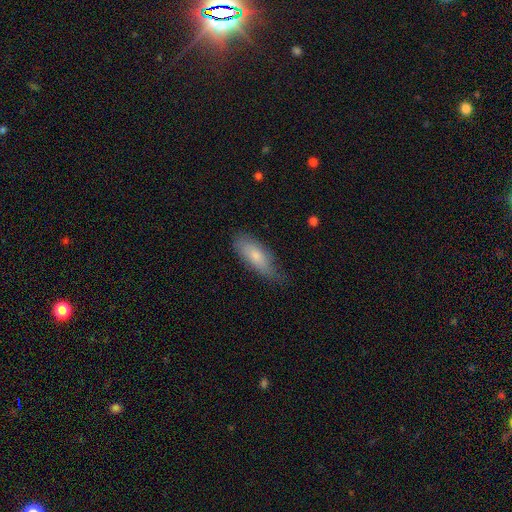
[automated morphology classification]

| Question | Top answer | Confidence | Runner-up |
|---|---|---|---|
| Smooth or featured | smooth | 74% | featured or disk (19%) |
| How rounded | in between | 71% | cigar-shaped (27%) |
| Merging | none | 60% | minor disturbance (31%) |